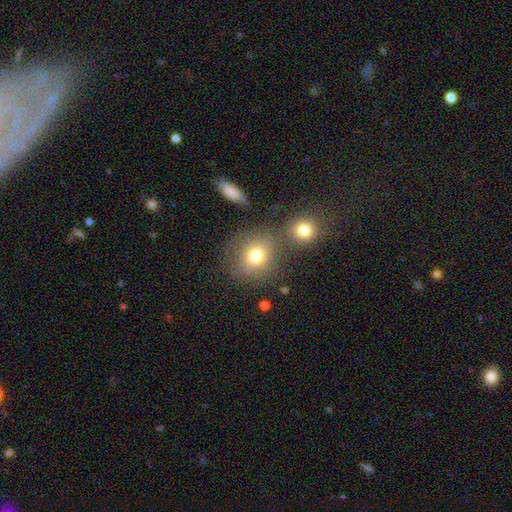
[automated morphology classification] Smooth or featured?
  - smooth: 76% *
  - star or artifact: 13%
  - featured or disk: 10%
How rounded?
  - round: 78% *
  - in between: 21%
  - cigar-shaped: 1%
Merging?
  - none: 63% *
  - merger: 20%
  - minor disturbance: 11%
  - major disturbance: 5%